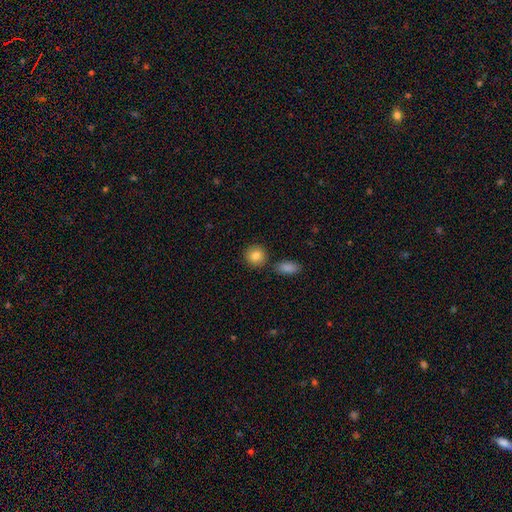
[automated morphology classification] Smooth or featured? Predicted: smooth (p=0.85). How rounded? Predicted: round (p=0.86). Merging? Predicted: none (p=0.82).